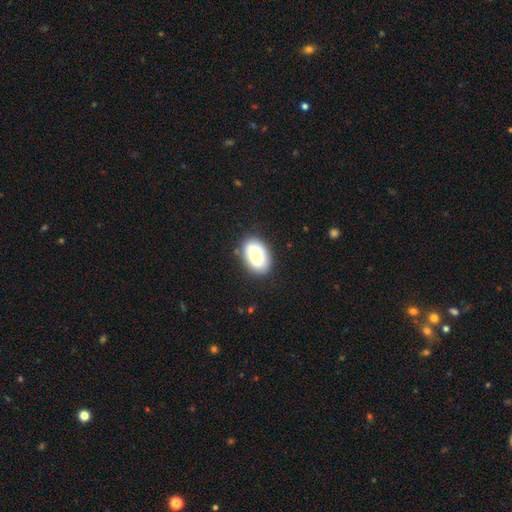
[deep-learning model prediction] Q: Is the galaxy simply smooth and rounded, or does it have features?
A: smooth — 59%.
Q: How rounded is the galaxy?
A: in between — 88%.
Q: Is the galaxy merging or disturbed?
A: none — 82%.